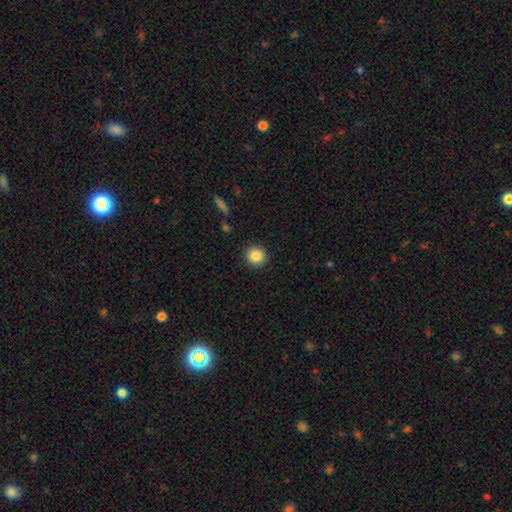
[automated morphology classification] A smooth galaxy with no disk features (85%) that is round (92%). Merging: none (91%).